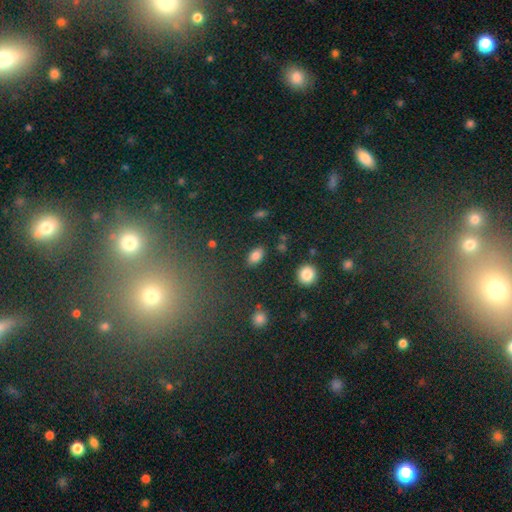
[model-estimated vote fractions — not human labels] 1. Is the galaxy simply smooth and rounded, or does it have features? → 84% smooth, 9% star or artifact, 6% featured or disk.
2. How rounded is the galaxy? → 89% in between, 9% round, 2% cigar-shaped.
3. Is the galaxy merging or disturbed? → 85% none, 9% minor disturbance, 3% major disturbance, 3% merger.